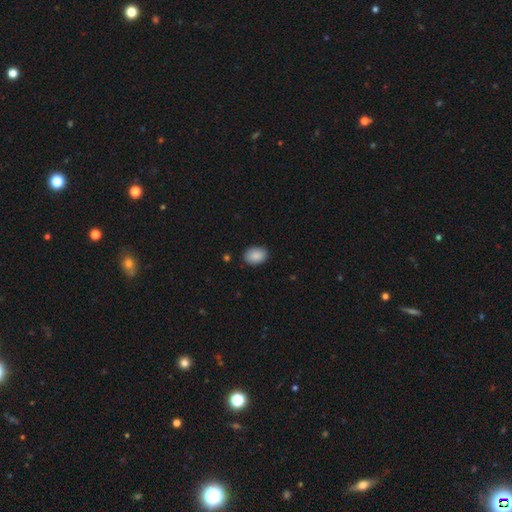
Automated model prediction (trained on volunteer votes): smooth-or-featured: smooth: 89% | star or artifact: 7% | featured or disk: 4%
  how-rounded: in between: 77% | round: 22% | cigar-shaped: 1%
  merging: none: 83% | minor disturbance: 13% | major disturbance: 2% | merger: 1%